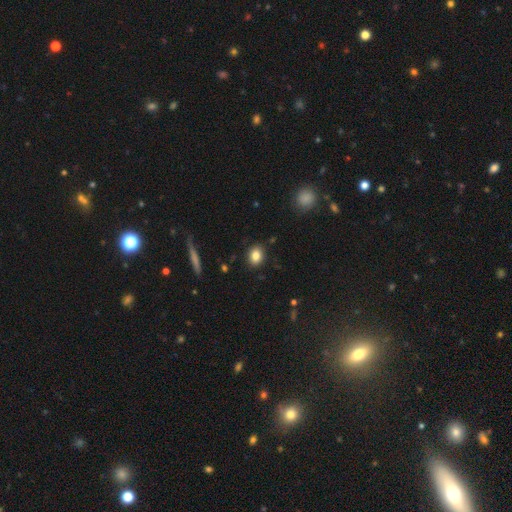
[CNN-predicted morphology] This appears to be a smooth galaxy with no disk features (83%) that is in between round and cigar-shaped (60%). Merging: none (88%).